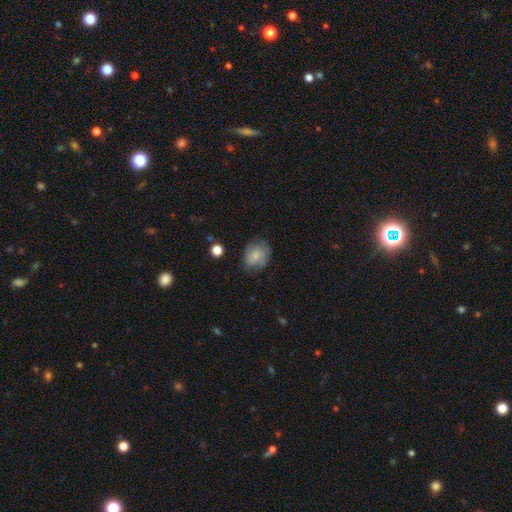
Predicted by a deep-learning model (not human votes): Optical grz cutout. It shows a smooth galaxy with no disk features (66%) that is in between round and cigar-shaped (56%). Merging: none (60%).